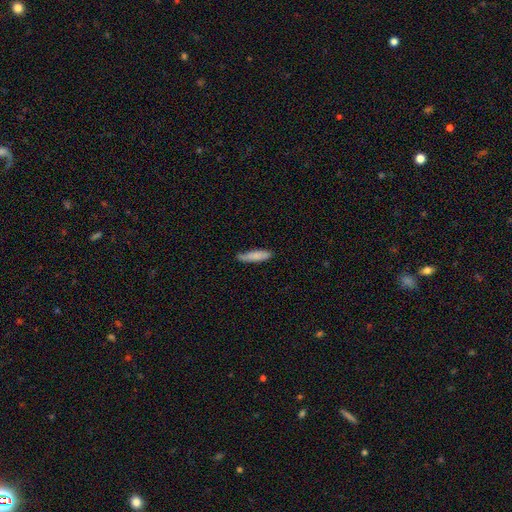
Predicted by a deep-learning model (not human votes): smooth-or-featured: smooth: 82% | featured or disk: 13% | star or artifact: 6%
  how-rounded: cigar-shaped: 74% | in between: 25% | round: 1%
  merging: none: 72% | minor disturbance: 22% | major disturbance: 4% | merger: 2%